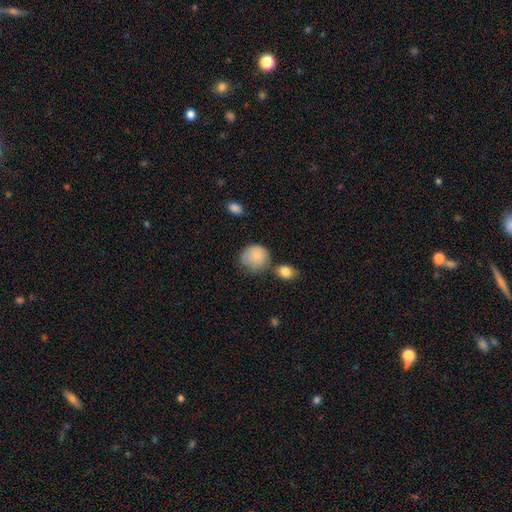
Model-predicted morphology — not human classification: This appears to be a smooth galaxy with no disk features (84%) that is round (82%). Merging: none (52%).